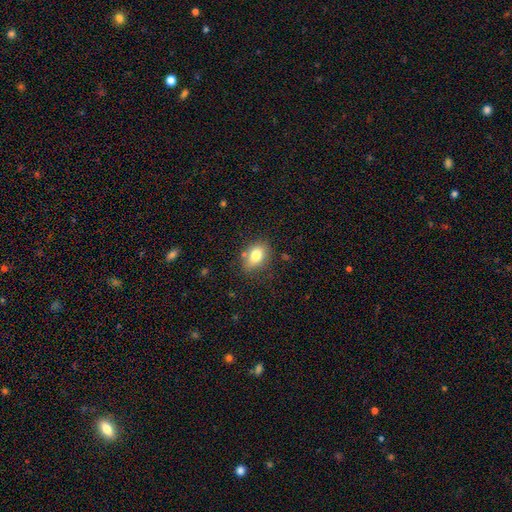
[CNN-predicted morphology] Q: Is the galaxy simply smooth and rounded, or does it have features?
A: smooth — 79%.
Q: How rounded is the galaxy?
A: in between — 76%.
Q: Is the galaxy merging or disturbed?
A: none — 72%.